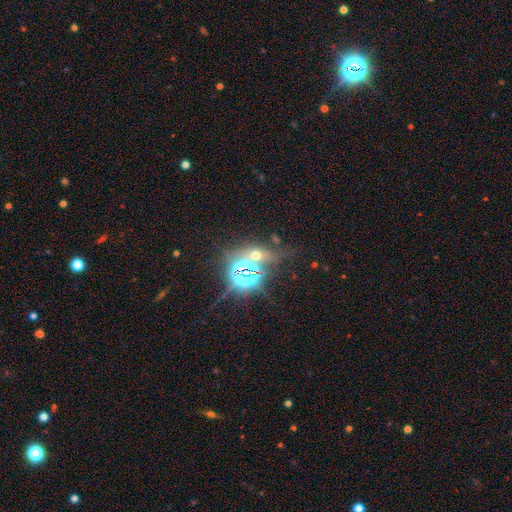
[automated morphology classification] Smooth or featured? star or artifact (61%)